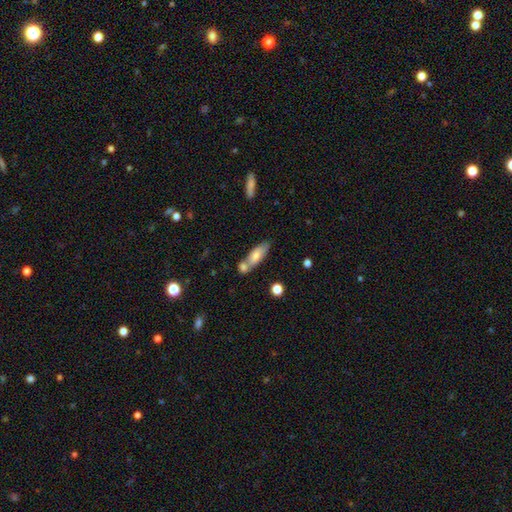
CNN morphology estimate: A smooth galaxy with no disk features (72%) that is in between round and cigar-shaped (62%).

Vote fractions:
- Smooth or featured? smooth: 72% / featured or disk: 22% / star or artifact: 7%
- How rounded? in between: 62% / cigar-shaped: 35% / round: 3%
- Merging? none: 46% / merger: 38% / minor disturbance: 13% / major disturbance: 4%